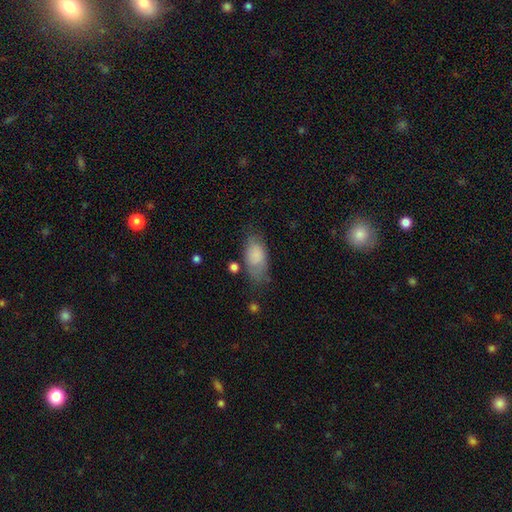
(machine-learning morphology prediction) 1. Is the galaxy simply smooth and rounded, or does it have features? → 82% smooth, 11% featured or disk, 7% star or artifact.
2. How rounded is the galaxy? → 90% in between, 6% cigar-shaped, 5% round.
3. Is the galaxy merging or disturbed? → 62% none, 24% minor disturbance, 10% major disturbance, 4% merger.